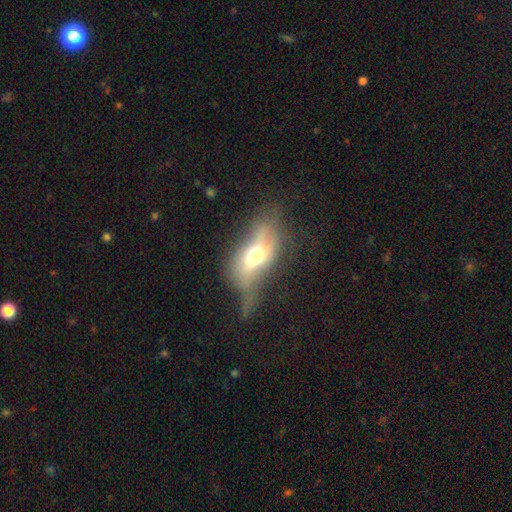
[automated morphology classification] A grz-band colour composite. It shows a smooth galaxy with no disk features (50%). Merging: major disturbance (39%).